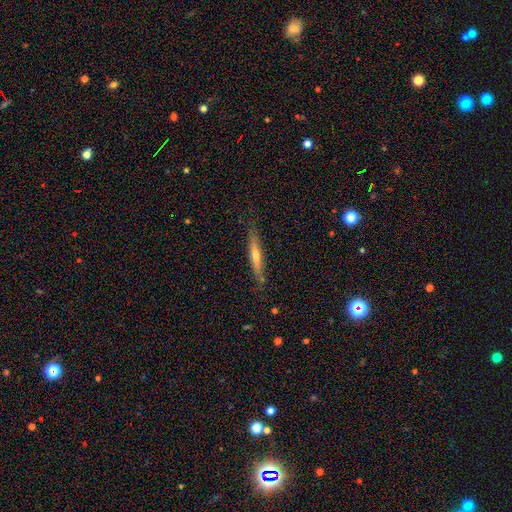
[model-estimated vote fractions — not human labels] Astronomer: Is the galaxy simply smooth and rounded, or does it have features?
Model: featured or disk — 52% (runner-up: smooth, 41%).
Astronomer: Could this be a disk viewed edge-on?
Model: yes — 93%.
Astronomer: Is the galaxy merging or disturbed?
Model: none — 83%.